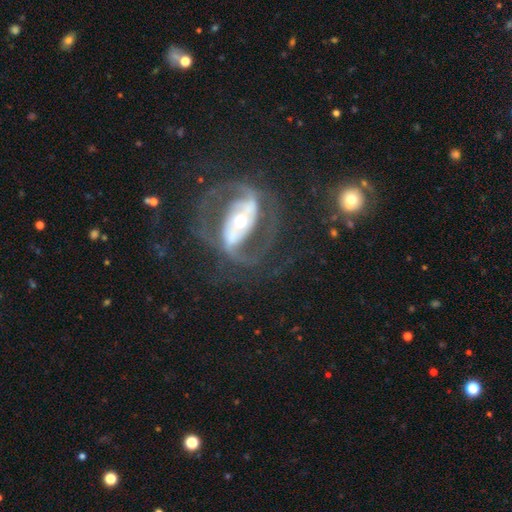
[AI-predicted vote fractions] Smooth or featured? Predicted: featured or disk (p=0.87). Edge-on disk? Predicted: no (p=0.91). Bar? Predicted: strong (p=0.64). Spiral arms? Predicted: yes (p=0.86). Spiral winding? Predicted: medium (p=0.47). Spiral arm count? Predicted: 2 (p=0.85). Bulge size? Predicted: moderate (p=0.48). Merging? Predicted: none (p=0.69).